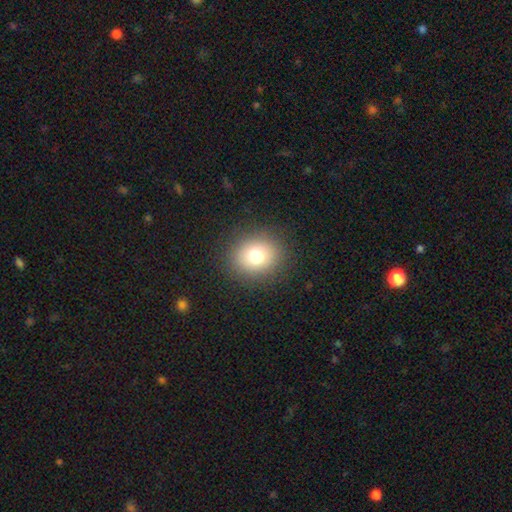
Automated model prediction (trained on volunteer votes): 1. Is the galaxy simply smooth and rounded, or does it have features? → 75% smooth, 14% star or artifact, 11% featured or disk.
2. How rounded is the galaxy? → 79% round, 20% in between, 1% cigar-shaped.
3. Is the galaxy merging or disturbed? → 89% none, 7% minor disturbance, 3% major disturbance, 1% merger.